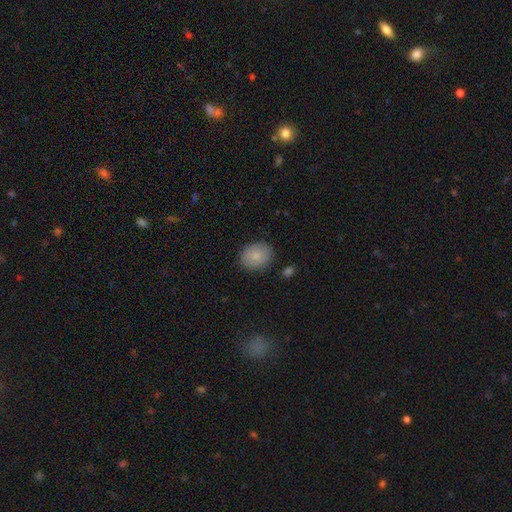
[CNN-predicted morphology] A smooth galaxy with no disk features (82%) that is round (54%).

Vote fractions:
- Smooth or featured? smooth: 82% / featured or disk: 10% / star or artifact: 8%
- How rounded? round: 54% / in between: 45% / cigar-shaped: 1%
- Merging? none: 85% / minor disturbance: 11% / major disturbance: 3% / merger: 2%